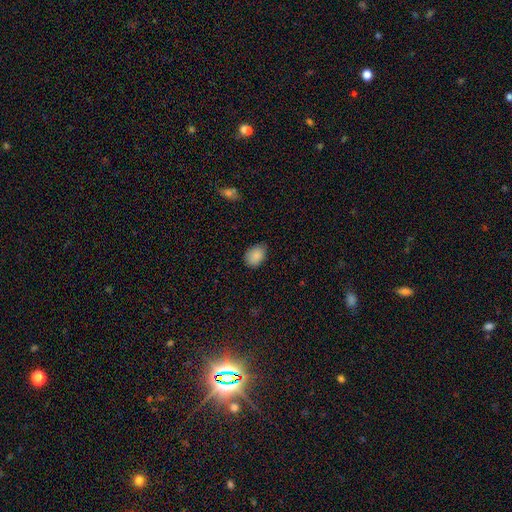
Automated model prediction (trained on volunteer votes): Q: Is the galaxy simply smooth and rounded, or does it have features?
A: smooth — 88%.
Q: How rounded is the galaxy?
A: in between — 74%.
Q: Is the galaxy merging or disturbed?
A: none — 78%.